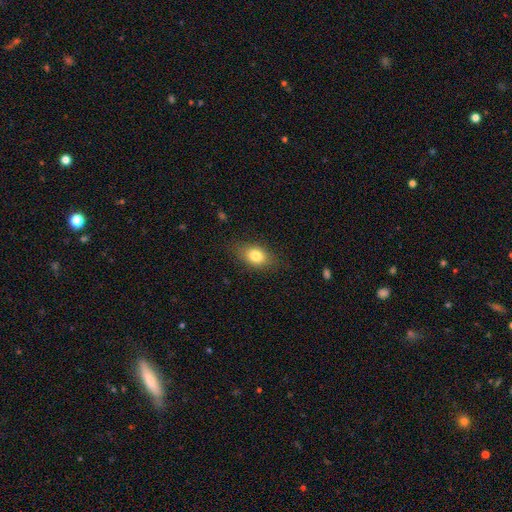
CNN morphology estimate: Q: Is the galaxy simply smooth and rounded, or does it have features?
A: smooth — 80%.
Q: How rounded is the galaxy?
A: in between — 80%.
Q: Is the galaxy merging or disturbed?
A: none — 79%.